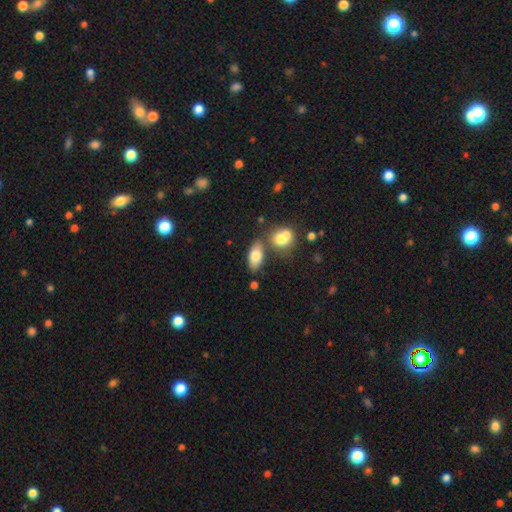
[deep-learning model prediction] The model was most divided on "merging": none: 67%, merger: 17%, minor disturbance: 12%, major disturbance: 4%. More confident: how rounded — in between (87%); smooth or featured — smooth (77%).